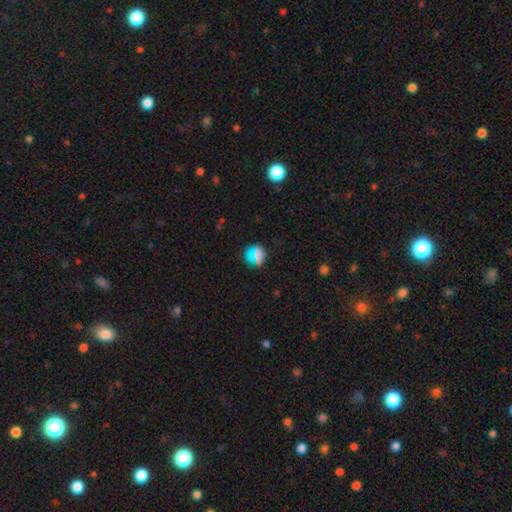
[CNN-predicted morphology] Q: Smooth or featured?
A: smooth (69%); runner-up: star or artifact (23%)
Q: How rounded?
A: round (89%); runner-up: in between (9%)
Q: Merging?
A: none (85%); runner-up: minor disturbance (10%)